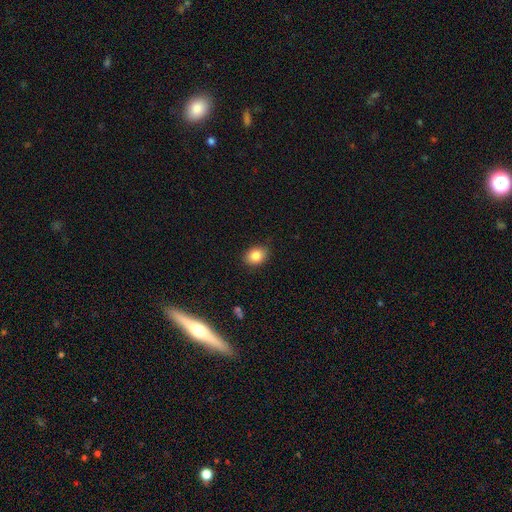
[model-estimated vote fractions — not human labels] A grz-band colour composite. It shows a smooth galaxy with no disk features (85%) that is in between round and cigar-shaped (60%). Merging: none (86%).